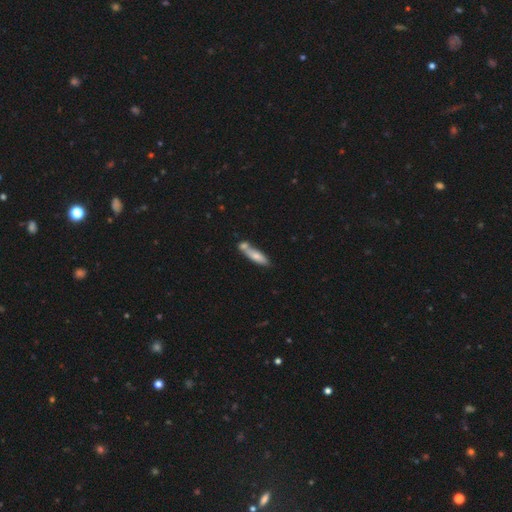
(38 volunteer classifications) smooth 66%, featured or disk 29%, star or artifact 5%. Down the decision tree: how rounded — cigar-shaped (60%); merging — merger (69%).